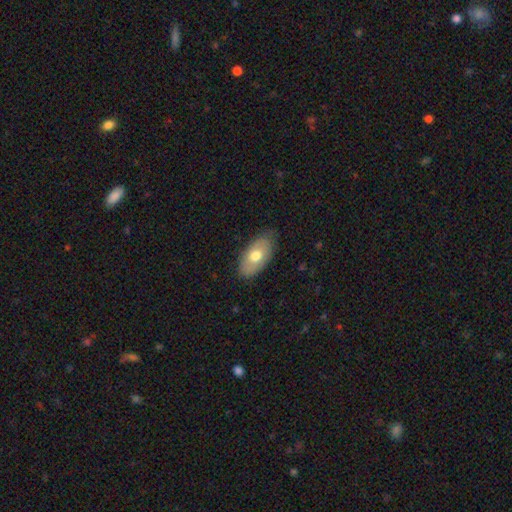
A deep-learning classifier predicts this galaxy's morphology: Smooth or featured? Predicted: smooth (p=0.66). How rounded? Predicted: in between (p=0.93). Merging? Predicted: none (p=0.76).